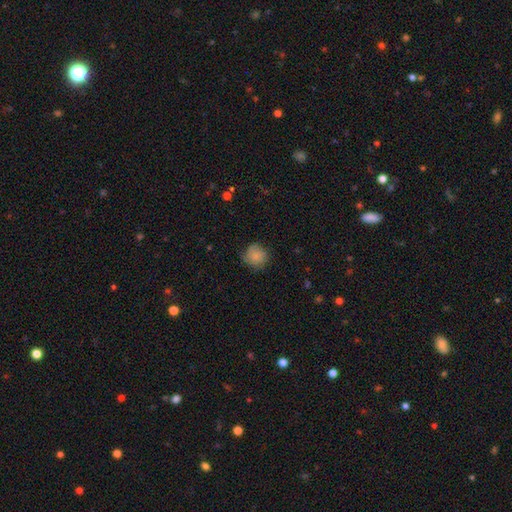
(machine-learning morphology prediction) The model was most divided on "merging": none: 67%, minor disturbance: 25%, major disturbance: 7%, merger: 1%. More confident: how rounded — round (88%); smooth or featured — smooth (77%).